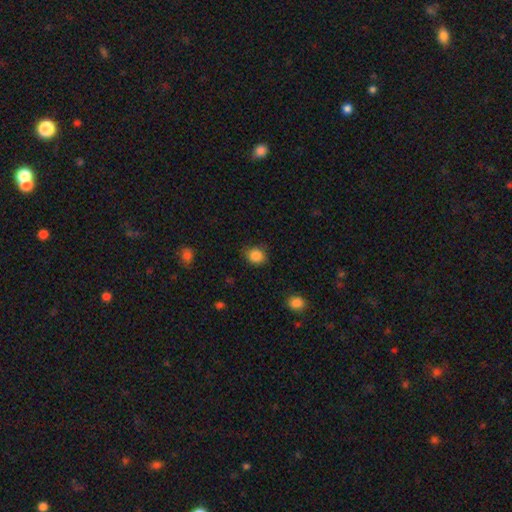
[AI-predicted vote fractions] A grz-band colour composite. It shows a smooth galaxy with no disk features (86%) that is round (76%). Merging: none (81%).